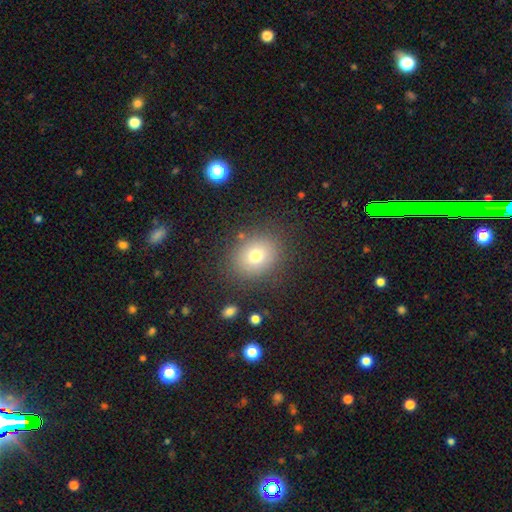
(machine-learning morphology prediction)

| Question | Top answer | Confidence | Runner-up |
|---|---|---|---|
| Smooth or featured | smooth | 75% | star or artifact (13%) |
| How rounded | round | 62% | in between (37%) |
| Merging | none | 84% | minor disturbance (10%) |